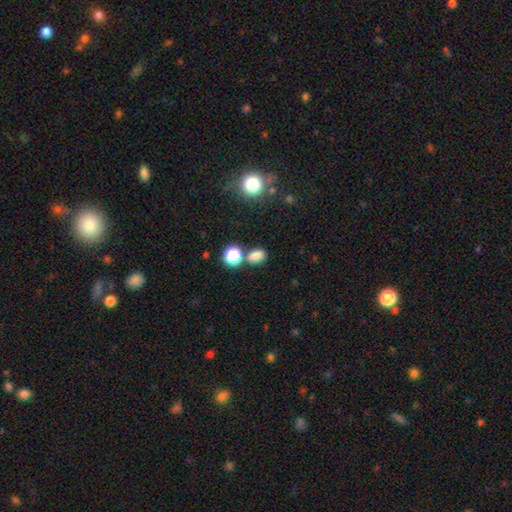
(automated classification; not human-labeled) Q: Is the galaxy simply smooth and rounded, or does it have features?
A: smooth — 79%.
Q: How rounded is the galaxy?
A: in between — 73%.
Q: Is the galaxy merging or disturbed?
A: none — 70%.